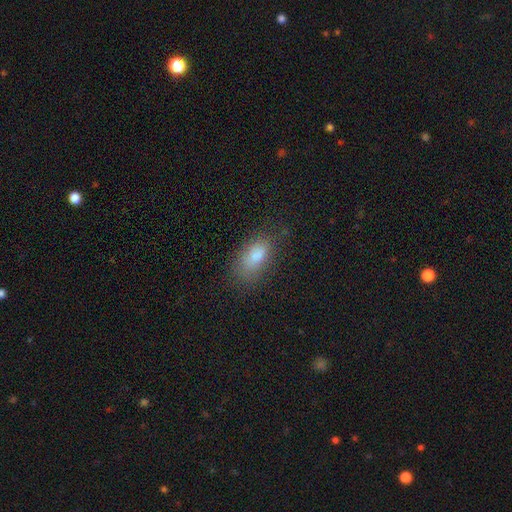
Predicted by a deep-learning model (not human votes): Morphology: type=smooth (79%); roundness=in between (88%); merging=none (72%).